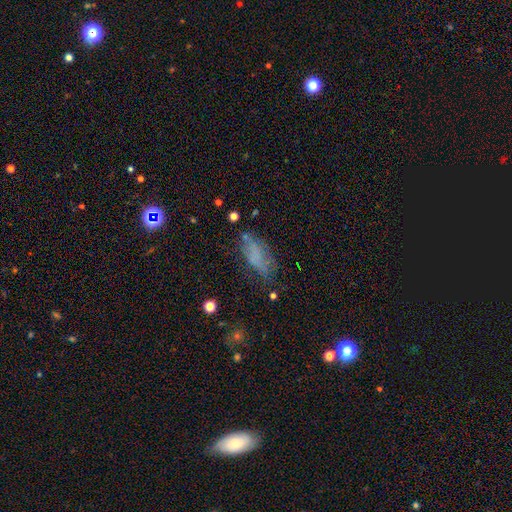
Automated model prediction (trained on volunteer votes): Smooth or featured?
  - smooth: 56% *
  - featured or disk: 29%
  - star or artifact: 15%
How rounded?
  - in between: 77% *
  - cigar-shaped: 20%
  - round: 3%
Merging?
  - none: 51% *
  - minor disturbance: 27%
  - major disturbance: 18%
  - merger: 4%